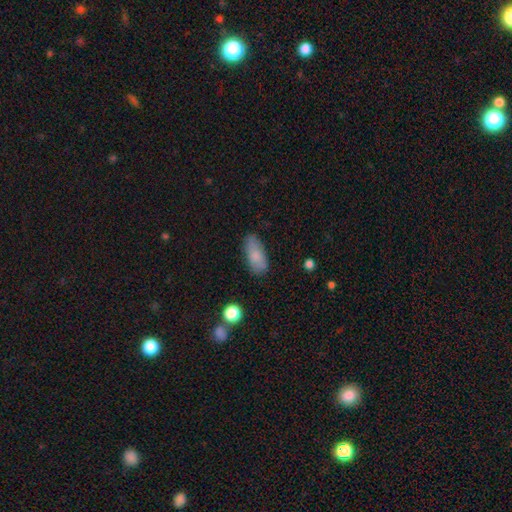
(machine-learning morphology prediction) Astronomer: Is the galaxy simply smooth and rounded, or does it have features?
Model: smooth — 80%.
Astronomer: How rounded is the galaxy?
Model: in between — 84%.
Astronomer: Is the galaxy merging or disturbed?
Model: none — 76%.